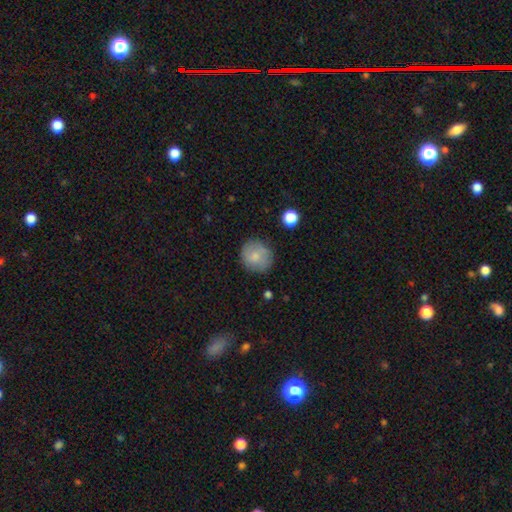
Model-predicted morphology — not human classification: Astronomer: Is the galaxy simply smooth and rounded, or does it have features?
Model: smooth — 75%.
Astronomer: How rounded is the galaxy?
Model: round — 87%.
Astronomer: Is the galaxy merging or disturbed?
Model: none — 77%.